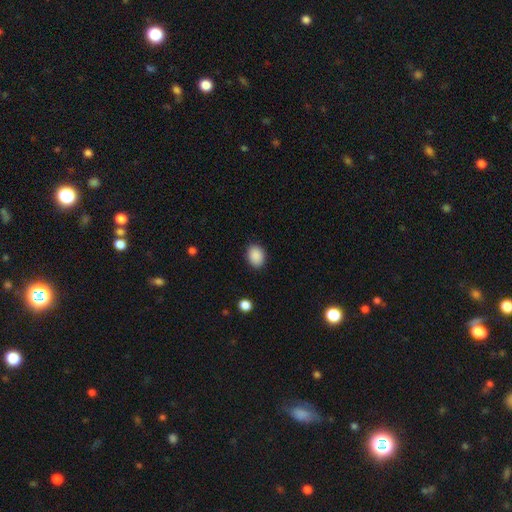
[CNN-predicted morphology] smooth 89%, star or artifact 8%, featured or disk 3%. Down the decision tree: how rounded — in between (62%); merging — none (88%).